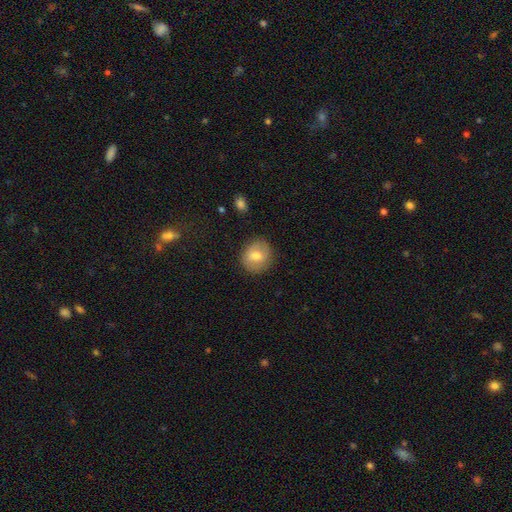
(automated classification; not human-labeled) Smooth or featured? Predicted: smooth (p=0.66). How rounded? Predicted: round (p=0.75). Merging? Predicted: none (p=0.83).